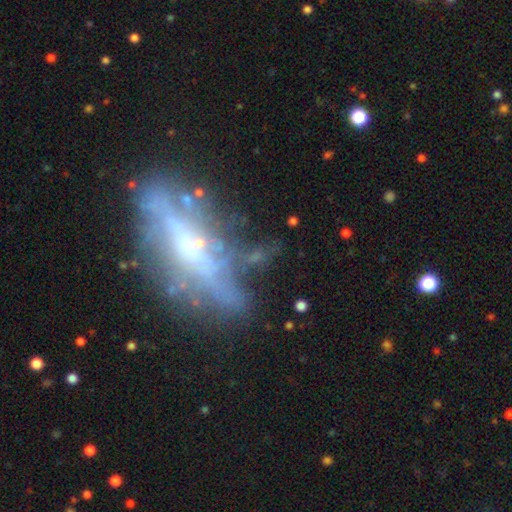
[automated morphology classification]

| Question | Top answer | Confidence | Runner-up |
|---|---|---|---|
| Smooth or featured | featured or disk | 58% | smooth (23%) |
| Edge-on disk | no | 62% | yes (38%) |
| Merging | none | 55% | minor disturbance (19%) |